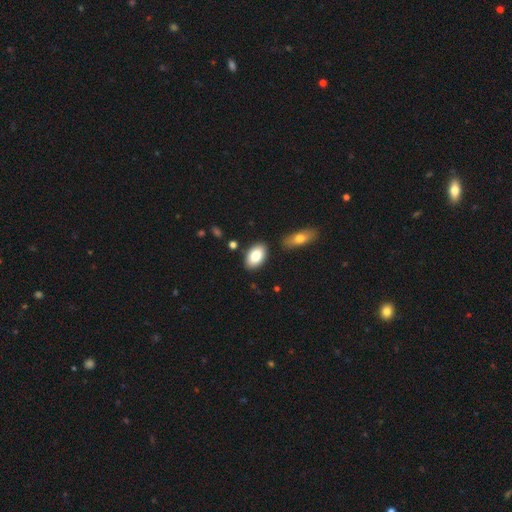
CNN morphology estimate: Smooth or featured? smooth (82%)
How rounded? in between (94%)
Merging? none (84%)